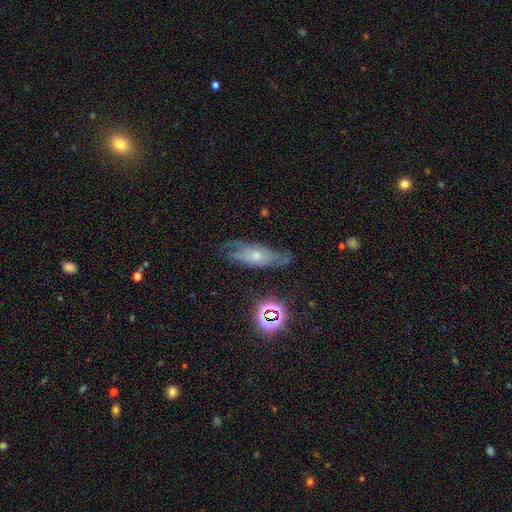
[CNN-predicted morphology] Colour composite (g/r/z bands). It shows a featured or disk galaxy (53%). Merging: none (57%).